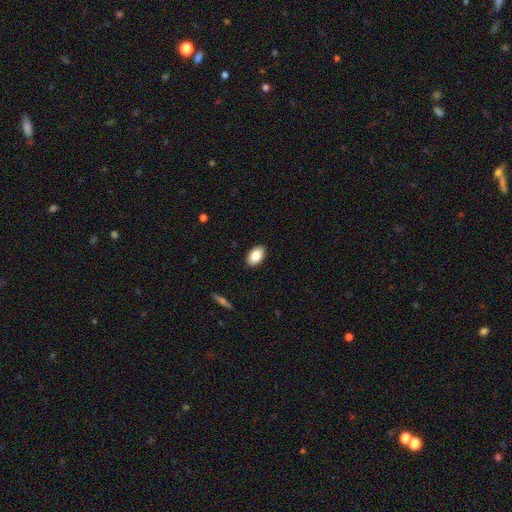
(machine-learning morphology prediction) smooth_or_featured: smooth (p=0.85) [alt: featured or disk p=0.08]
how_rounded: in between (p=0.90) [alt: round p=0.08]
merging: none (p=0.90) [alt: minor disturbance p=0.08]